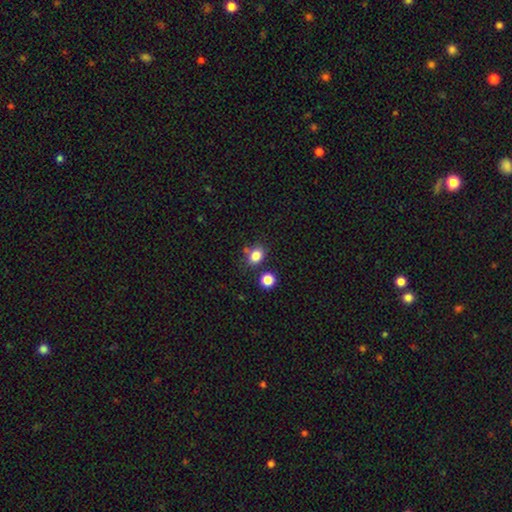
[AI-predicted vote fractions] Q: Smooth or featured?
A: smooth (82%); runner-up: star or artifact (12%)
Q: How rounded?
A: in between (56%); runner-up: round (43%)
Q: Merging?
A: none (69%); runner-up: minor disturbance (14%)